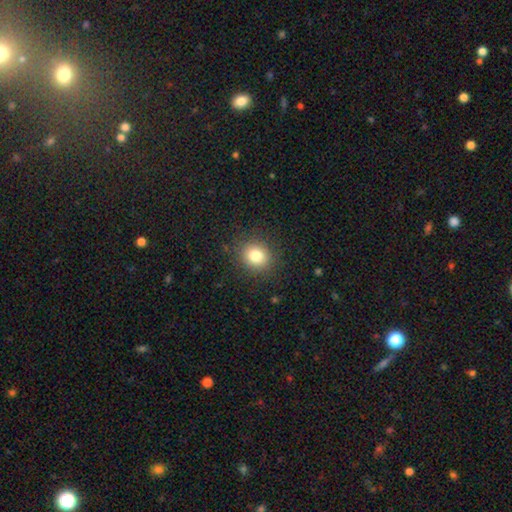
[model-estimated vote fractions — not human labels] The model was most divided on "how rounded": round: 79%, in between: 20%, cigar-shaped: 1%. More confident: merging — none (88%); smooth or featured — smooth (81%).